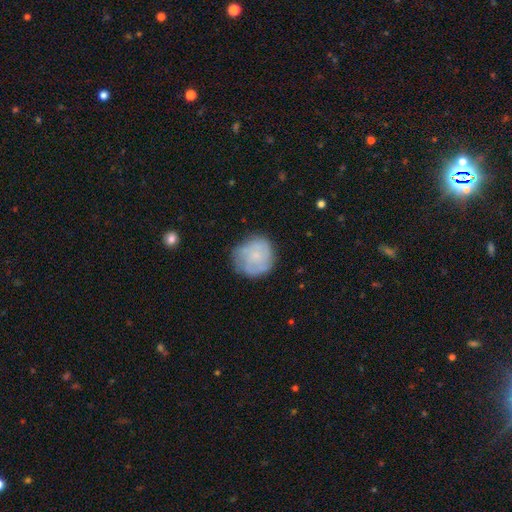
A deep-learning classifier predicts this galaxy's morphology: Smooth or featured? featured or disk (49%)
Merging? none (69%)